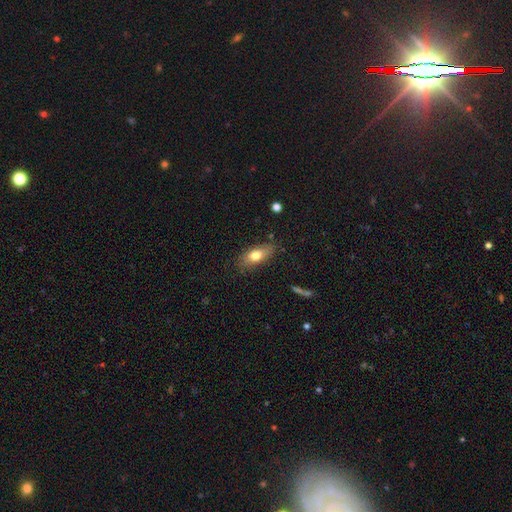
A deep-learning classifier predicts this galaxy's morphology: Smooth or featured? Predicted: smooth (p=0.72). How rounded? Predicted: in between (p=0.75). Merging? Predicted: none (p=0.77).